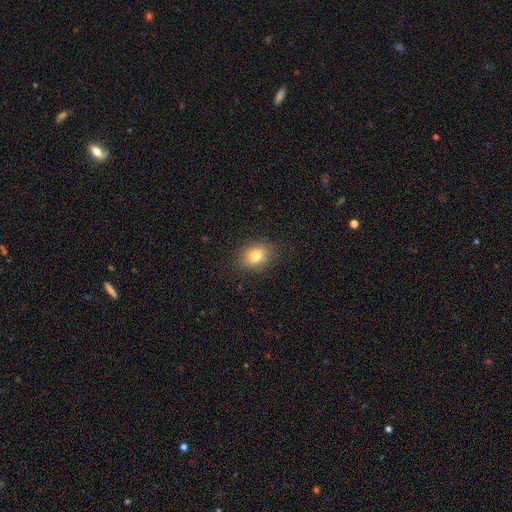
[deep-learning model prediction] smooth_or_featured: smooth (p=0.78) [alt: star or artifact p=0.12]
how_rounded: in between (p=0.52) [alt: round p=0.47]
merging: none (p=0.85) [alt: minor disturbance p=0.10]